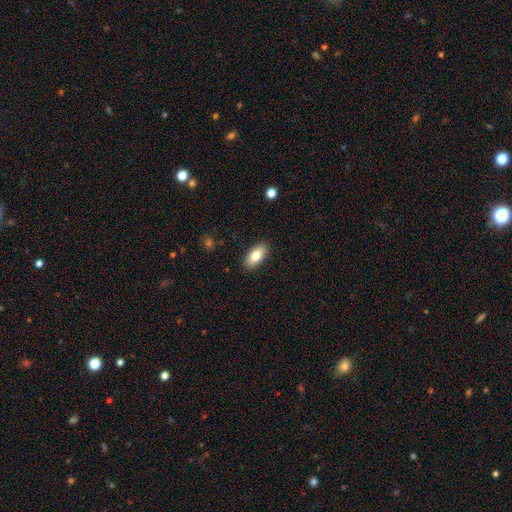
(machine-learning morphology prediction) smooth-or-featured: smooth: 80% | featured or disk: 14% | star or artifact: 7%
  how-rounded: in between: 89% | cigar-shaped: 8% | round: 3%
  merging: none: 89% | minor disturbance: 8% | major disturbance: 2% | merger: 1%